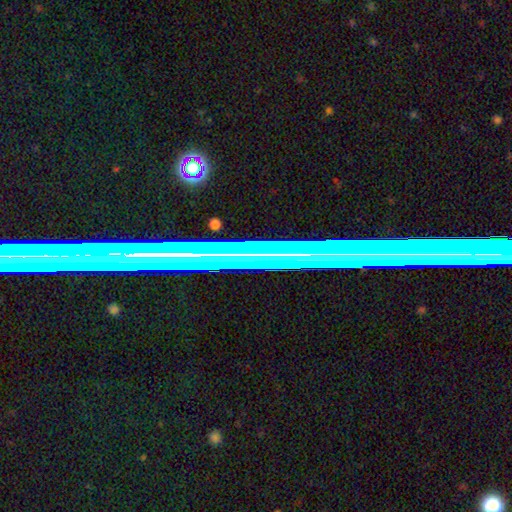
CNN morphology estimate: This is possibly a star or artifact rather than a galaxy (55%).